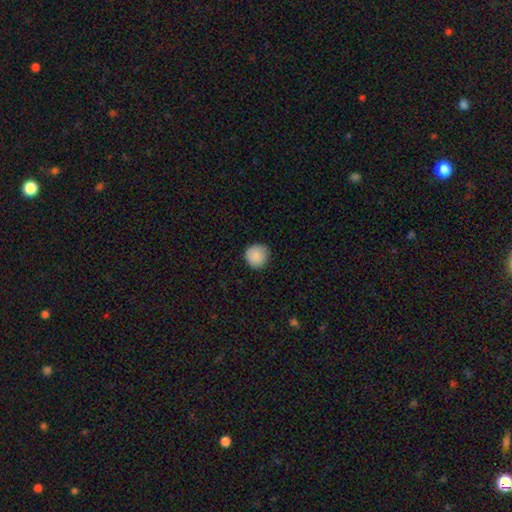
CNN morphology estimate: Smooth or featured? smooth (89%)
How rounded? round (94%)
Merging? none (85%)